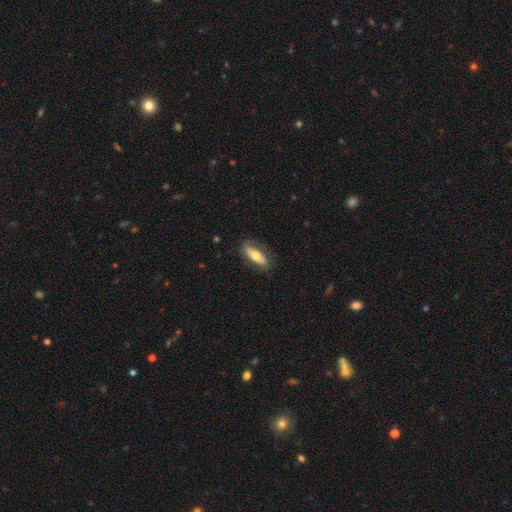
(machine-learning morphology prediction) Smooth or featured?
  - smooth: 55% *
  - featured or disk: 40%
  - star or artifact: 6%
How rounded?
  - in between: 56% *
  - cigar-shaped: 41%
  - round: 3%
Merging?
  - none: 78% *
  - minor disturbance: 16%
  - major disturbance: 5%
  - merger: 1%